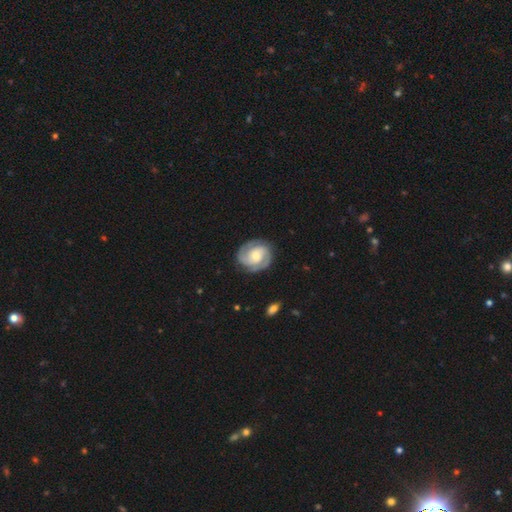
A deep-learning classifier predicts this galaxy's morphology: smooth_or_featured: featured or disk (p=0.84) [alt: smooth p=0.11]
disk_edge_on: no (p=0.98) [alt: yes p=0.02]
bar: no (p=0.52) [alt: weak p=0.37]
has_spiral_arms: yes (p=0.97) [alt: no p=0.03]
spiral_winding: tight (p=0.56) [alt: medium p=0.37]
spiral_arm_count: 2 (p=0.73) [alt: 3 p=0.12]
bulge_size: moderate (p=0.53) [alt: small p=0.30]
merging: none (p=0.82) [alt: minor disturbance p=0.13]